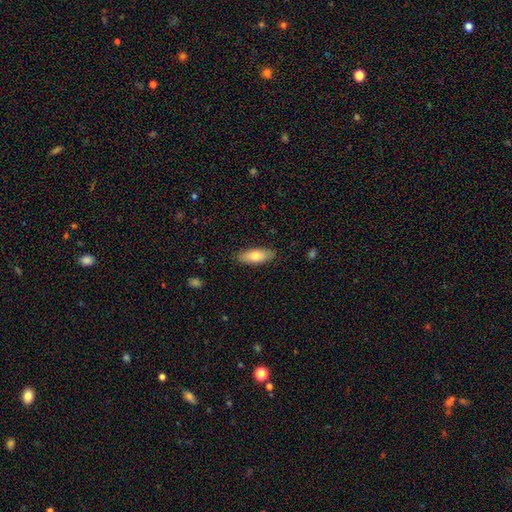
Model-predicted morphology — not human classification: Smooth or featured? Predicted: smooth (p=0.72). How rounded? Predicted: in between (p=0.71). Merging? Predicted: none (p=0.87).